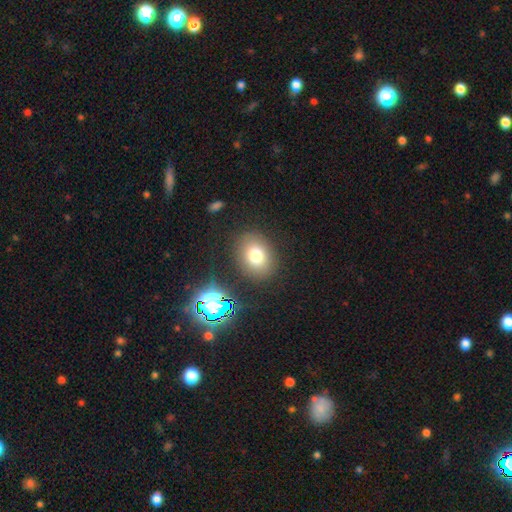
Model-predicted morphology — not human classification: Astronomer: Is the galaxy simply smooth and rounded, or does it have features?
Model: smooth — 74%.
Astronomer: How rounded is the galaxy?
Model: in between — 52% (runner-up: round, 47%).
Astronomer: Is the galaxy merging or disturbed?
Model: none — 85%.